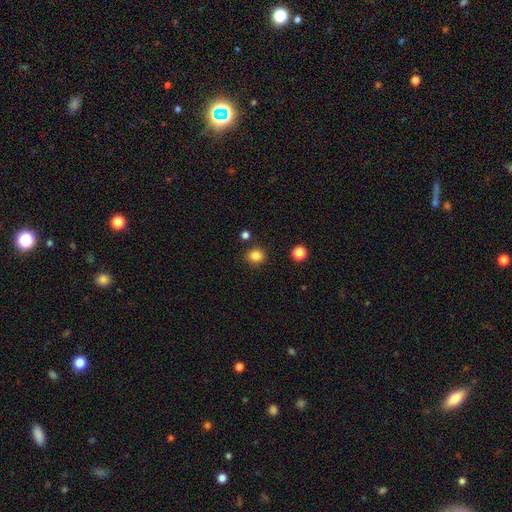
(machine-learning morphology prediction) Smooth or featured? smooth (84%)
How rounded? round (81%)
Merging? none (87%)